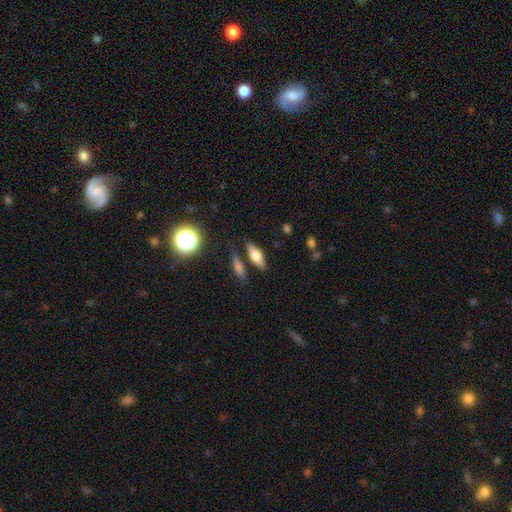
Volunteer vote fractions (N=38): Q: Smooth or featured?
A: smooth (71%); runner-up: featured or disk (24%)
Q: How rounded?
A: in between (59%); runner-up: round (22%)
Q: Merging?
A: none (69%); runner-up: merger (17%)